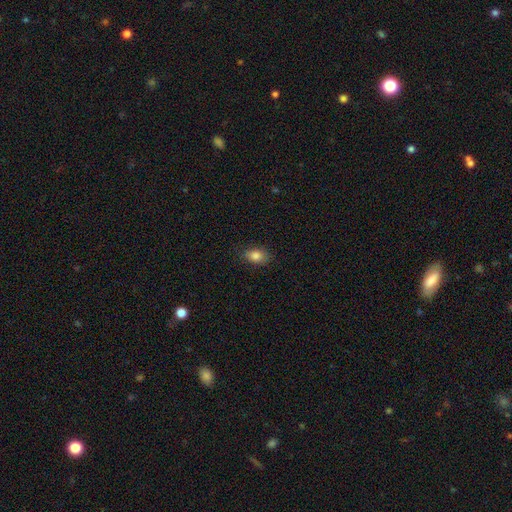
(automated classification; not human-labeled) Q: Smooth or featured?
A: smooth (83%); runner-up: star or artifact (9%)
Q: How rounded?
A: in between (83%); runner-up: round (15%)
Q: Merging?
A: none (83%); runner-up: minor disturbance (13%)